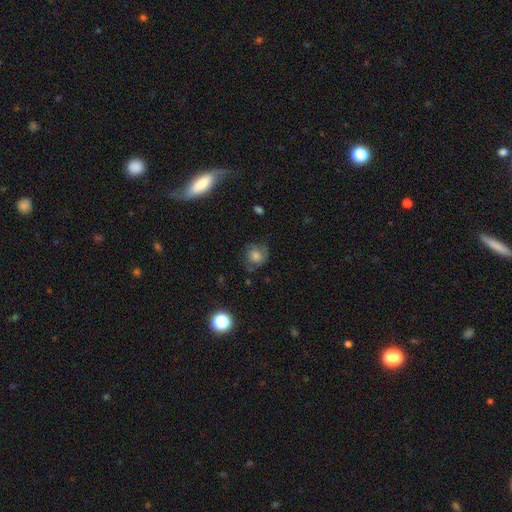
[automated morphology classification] The model was most divided on "smooth or featured": smooth: 49%, featured or disk: 38%, star or artifact: 13%. More confident: merging — none (65%).